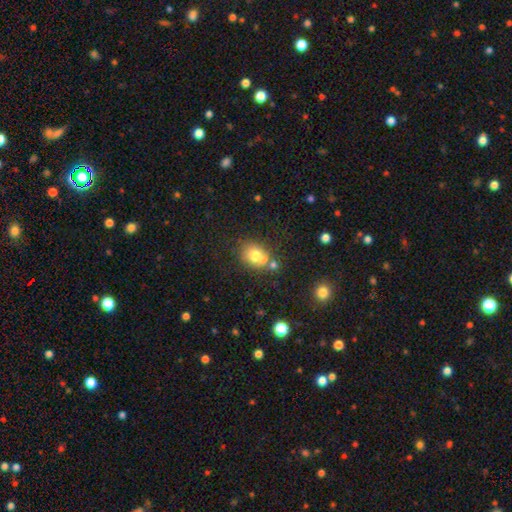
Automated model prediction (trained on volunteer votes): A smooth galaxy with no disk features (75%) that is round (58%). Merging: none (57%).